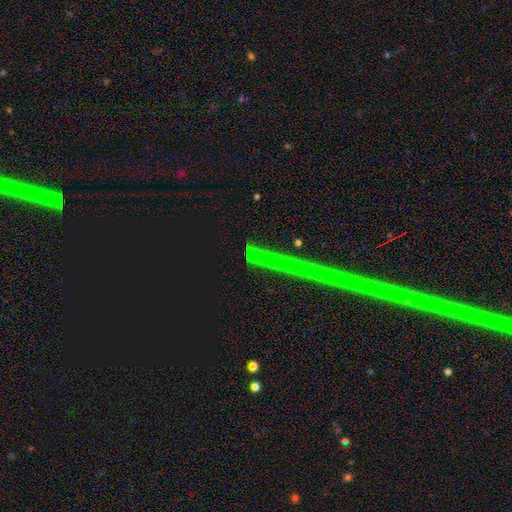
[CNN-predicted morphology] Overall: star or artifact (86%).